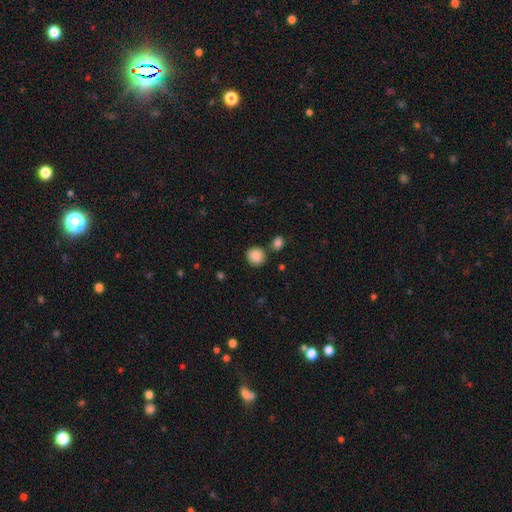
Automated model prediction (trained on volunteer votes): This is clearly a smooth galaxy (88%). How rounded: clearly round (86%). Merging: likely none (76%).